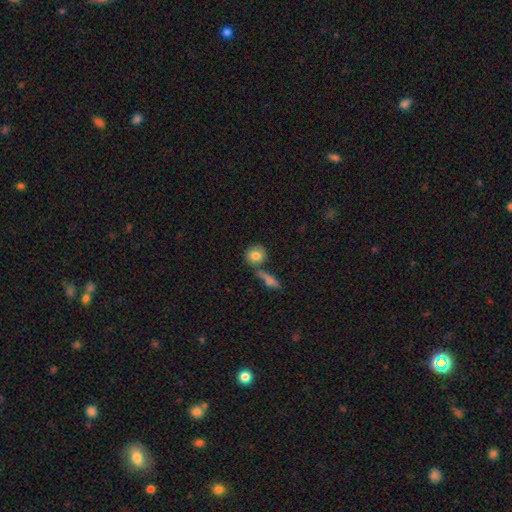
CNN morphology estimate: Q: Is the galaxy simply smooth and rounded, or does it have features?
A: smooth — 80%.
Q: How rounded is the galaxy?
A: round — 83%.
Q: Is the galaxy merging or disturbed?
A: none — 62%.